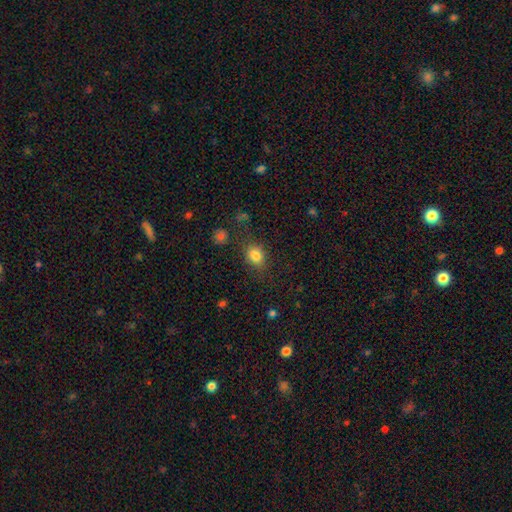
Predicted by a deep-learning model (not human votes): Smooth or featured?
  - smooth: 80% *
  - star or artifact: 12%
  - featured or disk: 7%
How rounded?
  - in between: 54% *
  - round: 45%
  - cigar-shaped: 1%
Merging?
  - none: 75% *
  - minor disturbance: 15%
  - major disturbance: 5%
  - merger: 5%